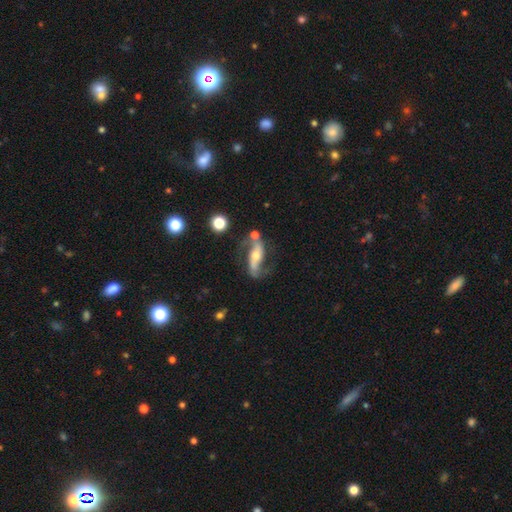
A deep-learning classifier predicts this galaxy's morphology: Smooth or featured? Predicted: featured or disk (p=0.79). Edge-on disk? Predicted: no (p=0.83). Bar? Predicted: strong (p=0.41). Spiral arms? Predicted: yes (p=0.90). Spiral winding? Predicted: loose (p=0.66). Spiral arm count? Predicted: 2 (p=0.89). Bulge size? Predicted: moderate (p=0.54). Merging? Predicted: none (p=0.59).